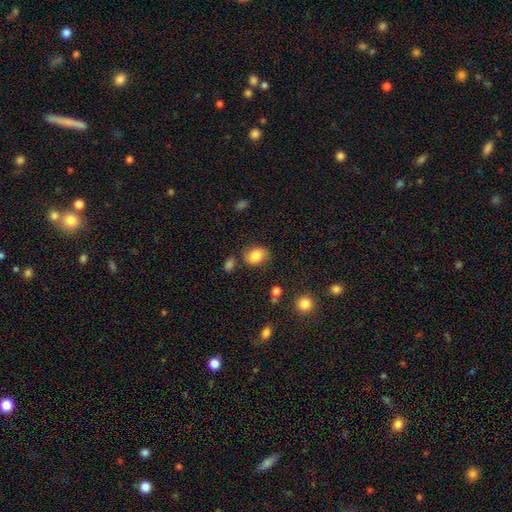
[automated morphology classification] This is likely a smooth galaxy (80%). How rounded: likely in between (62%). Merging: likely none (70%).